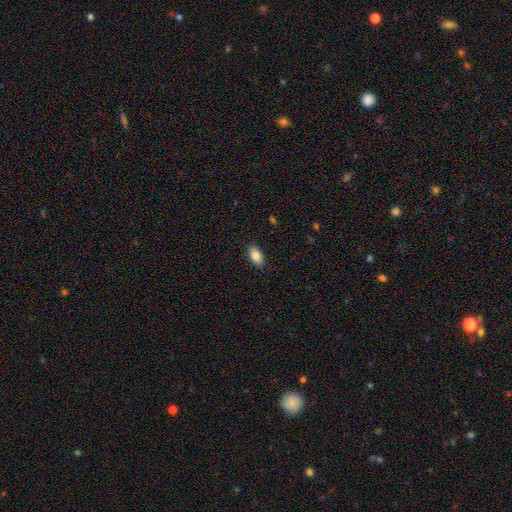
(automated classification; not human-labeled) smooth 84%, featured or disk 8%, star or artifact 8%. Down the decision tree: how rounded — in between (93%); merging — none (88%).